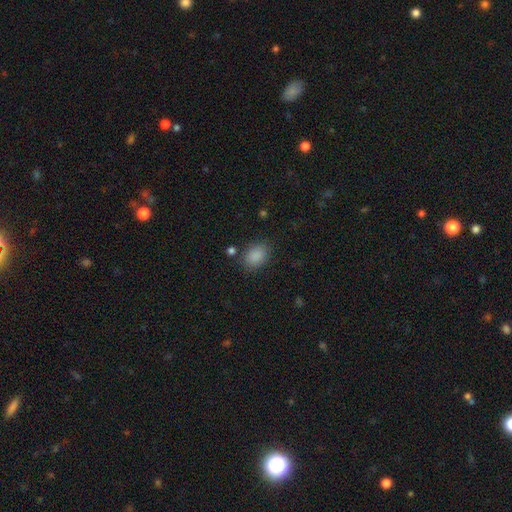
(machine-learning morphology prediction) This appears to be a smooth galaxy with no disk features (88%) that is in between round and cigar-shaped (70%). Merging: none (82%).